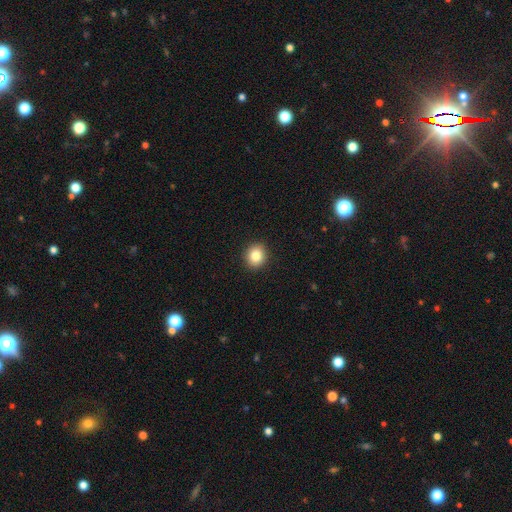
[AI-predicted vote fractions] Morphology: type=smooth (83%); roundness=round (78%); merging=none (92%).